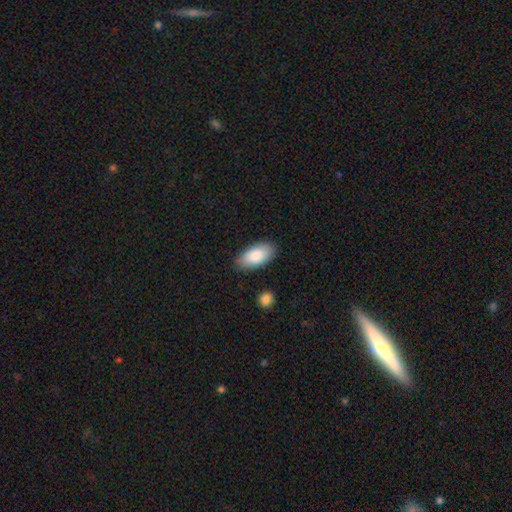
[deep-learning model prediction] This is clearly a smooth galaxy (86%). How rounded: clearly in between (93%). Merging: clearly none (84%).